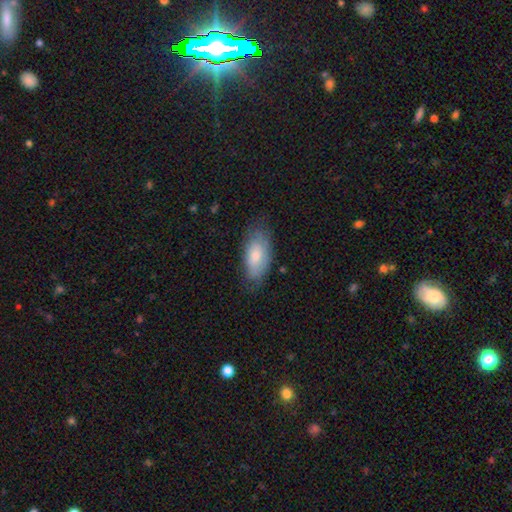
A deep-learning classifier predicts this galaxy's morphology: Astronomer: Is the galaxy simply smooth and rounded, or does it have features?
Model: smooth — 69%.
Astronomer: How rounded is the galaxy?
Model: in between — 91%.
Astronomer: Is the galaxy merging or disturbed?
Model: none — 67%.